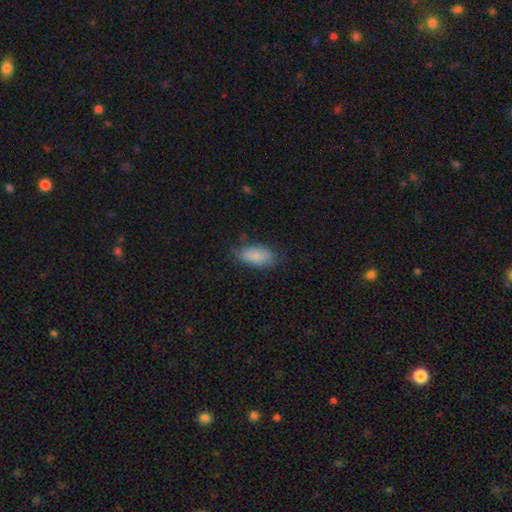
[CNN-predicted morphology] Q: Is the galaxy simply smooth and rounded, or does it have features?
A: smooth — 85%.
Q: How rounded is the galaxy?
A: in between — 91%.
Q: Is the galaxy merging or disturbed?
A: none — 70%.